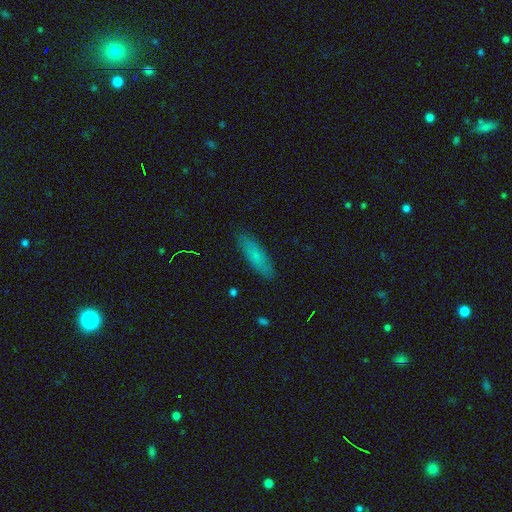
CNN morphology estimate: Q: Smooth or featured?
A: smooth (75%); runner-up: featured or disk (17%)
Q: How rounded?
A: cigar-shaped (62%); runner-up: in between (36%)
Q: Merging?
A: none (88%); runner-up: minor disturbance (9%)